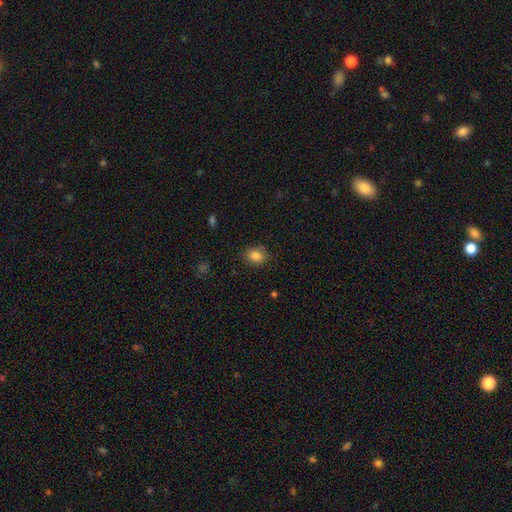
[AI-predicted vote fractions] Smooth or featured? Predicted: smooth (p=0.84). How rounded? Predicted: in between (p=0.57). Merging? Predicted: none (p=0.82).